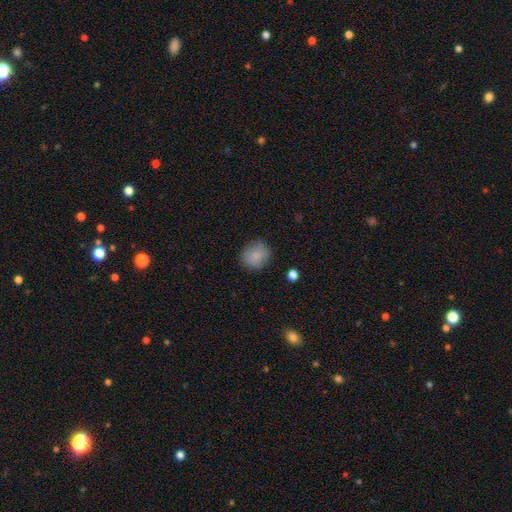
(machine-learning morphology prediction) The model was most divided on "how rounded": round: 79%, in between: 20%, cigar-shaped: 1%. More confident: smooth or featured — smooth (85%); merging — none (82%).